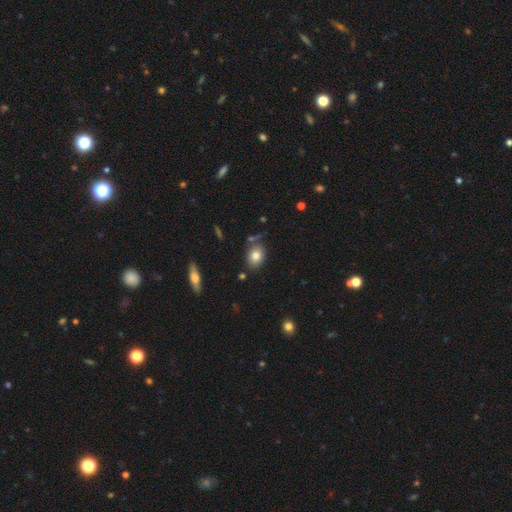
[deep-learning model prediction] Smooth or featured? smooth (78%)
How rounded? in between (70%)
Merging? none (75%)